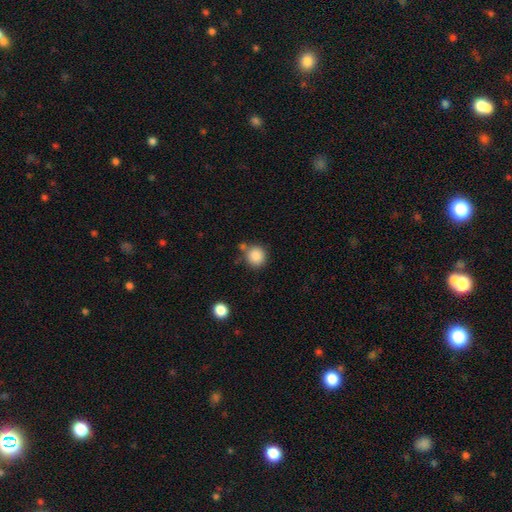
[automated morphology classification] Smooth or featured? smooth (87%)
How rounded? round (92%)
Merging? none (73%)